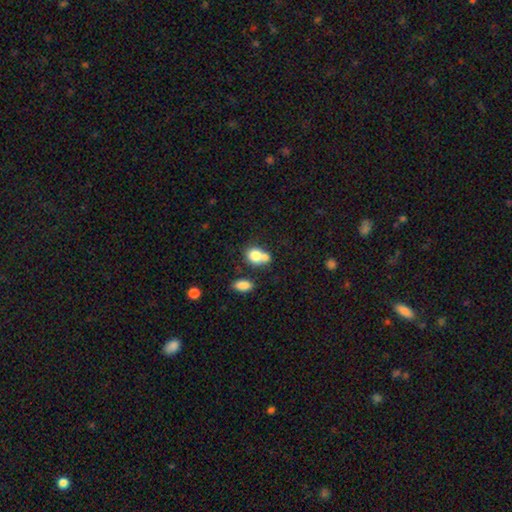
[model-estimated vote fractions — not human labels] smooth 78%, featured or disk 13%, star or artifact 9%. Down the decision tree: how rounded — round (52%); merging — merger (53%).